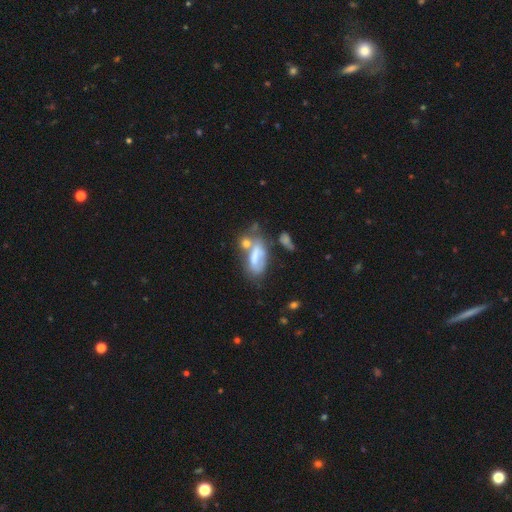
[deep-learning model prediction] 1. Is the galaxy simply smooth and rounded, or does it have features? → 54% smooth, 36% featured or disk, 10% star or artifact.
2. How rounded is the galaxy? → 82% in between, 13% cigar-shaped, 5% round.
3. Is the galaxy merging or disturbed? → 32% merger, 28% none, 20% minor disturbance, 20% major disturbance.